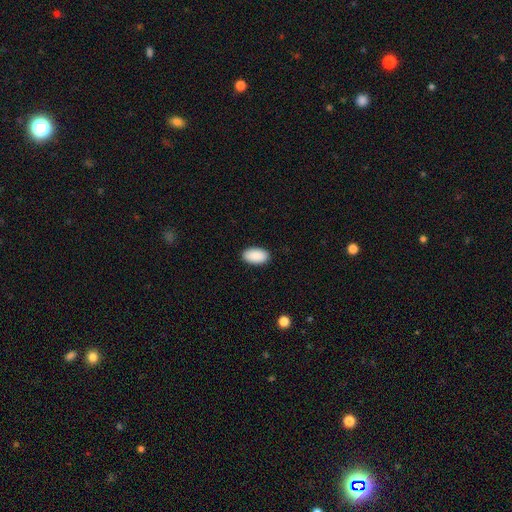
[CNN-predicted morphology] Smooth or featured? smooth (91%)
How rounded? in between (96%)
Merging? none (90%)